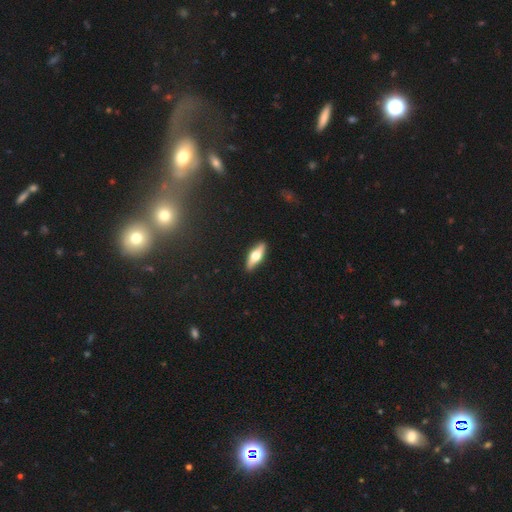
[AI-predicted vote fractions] This appears to be a featured or disk galaxy (53%) viewed edge-on (89%). Merging: none (89%).